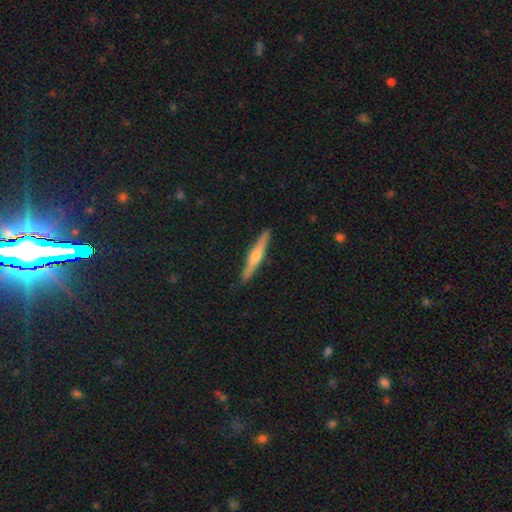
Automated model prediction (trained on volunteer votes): A featured or disk galaxy (60%) viewed edge-on (96%) with a rounded central bulge (88%). Merging: none (91%).